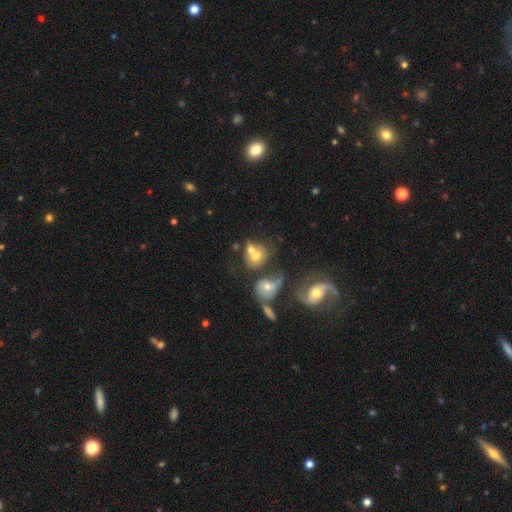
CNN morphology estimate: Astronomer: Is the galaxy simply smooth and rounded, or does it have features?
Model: smooth — 56% (runner-up: featured or disk, 33%).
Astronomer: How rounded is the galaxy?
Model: round — 58% (runner-up: in between, 40%).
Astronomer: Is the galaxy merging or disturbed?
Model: merger — 55%.